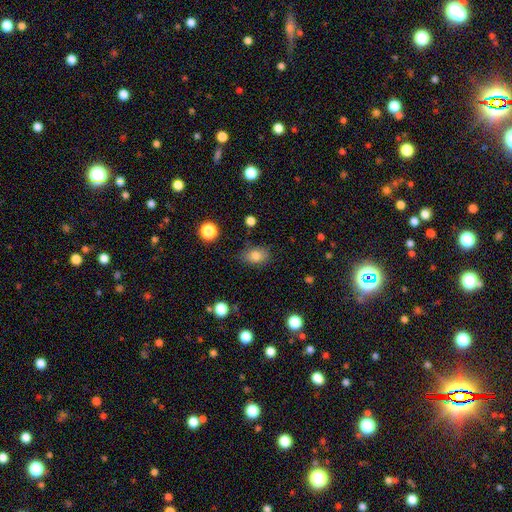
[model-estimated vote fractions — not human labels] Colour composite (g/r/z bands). It shows a smooth galaxy with no disk features (80%) that is in between round and cigar-shaped (77%). Merging: none (79%).